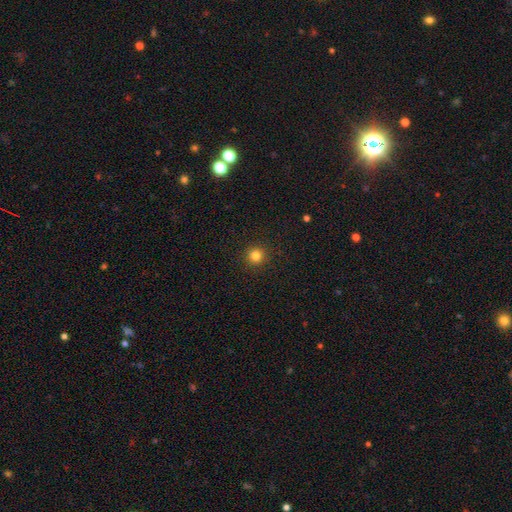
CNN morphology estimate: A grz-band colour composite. It shows a smooth galaxy with no disk features (82%) that is round (95%). Merging: none (92%).